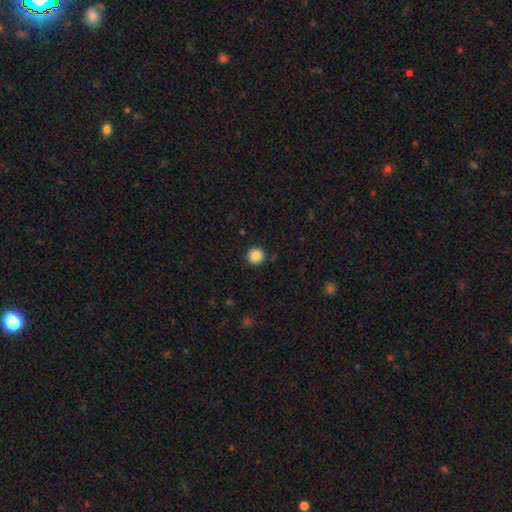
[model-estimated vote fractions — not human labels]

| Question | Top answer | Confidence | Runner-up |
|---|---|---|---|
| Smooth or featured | smooth | 87% | star or artifact (10%) |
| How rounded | round | 95% | in between (4%) |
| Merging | none | 91% | minor disturbance (6%) |